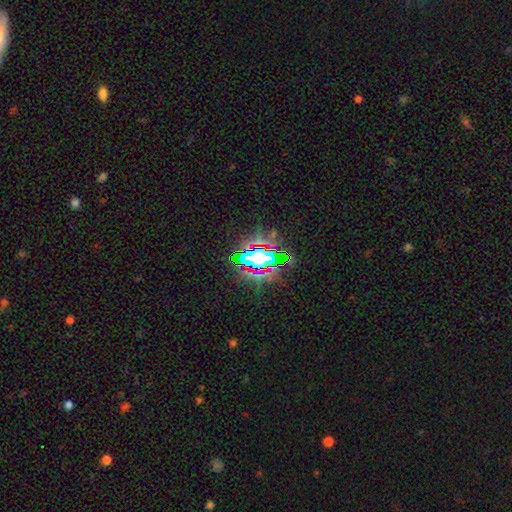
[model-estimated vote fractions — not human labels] smooth_or_featured: star or artifact (p=0.66) [alt: smooth p=0.19]